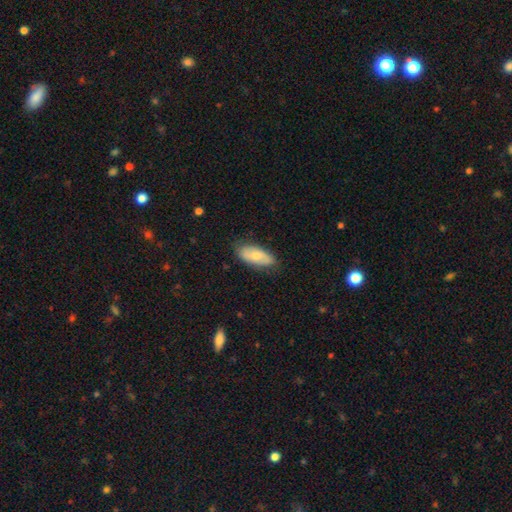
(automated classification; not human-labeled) This appears to be a smooth galaxy with no disk features (69%) that is in between round and cigar-shaped (84%). Merging: none (78%).